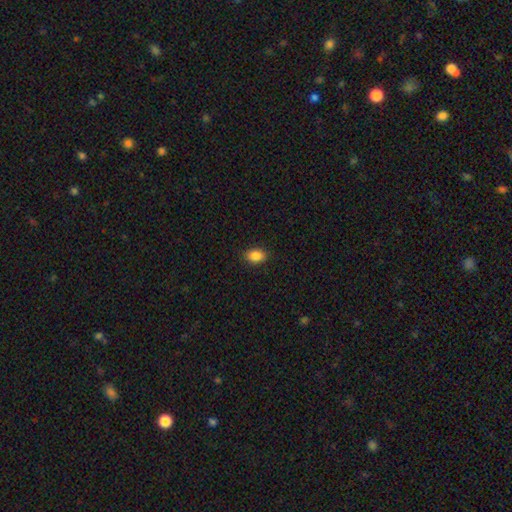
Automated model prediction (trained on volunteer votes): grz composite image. It shows a smooth galaxy with no disk features (87%) that is in between round and cigar-shaped (76%). Merging: none (88%).